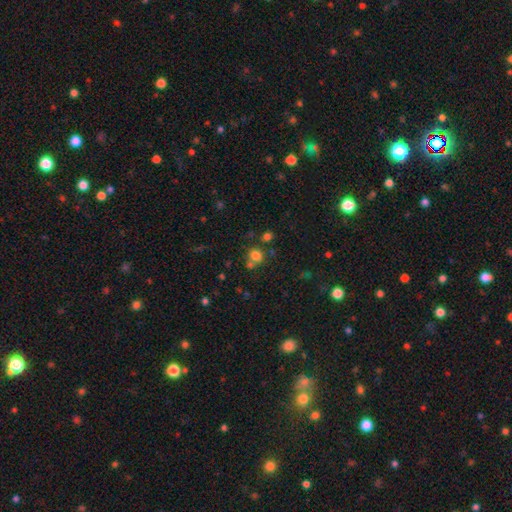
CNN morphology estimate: smooth-or-featured: smooth: 76% | star or artifact: 17% | featured or disk: 7%
  how-rounded: round: 81% | in between: 18% | cigar-shaped: 1%
  merging: none: 61% | merger: 25% | minor disturbance: 9% | major disturbance: 4%